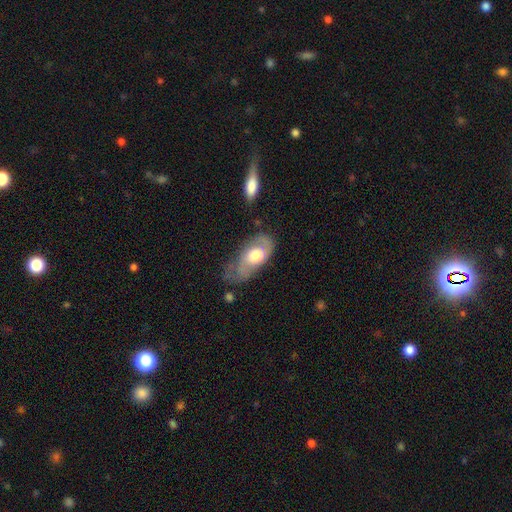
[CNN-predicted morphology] The model was most divided on "smooth or featured" (2-way tie): featured or disk: 47%, smooth: 47%, star or artifact: 6%. Remaining: merging — none (35%).